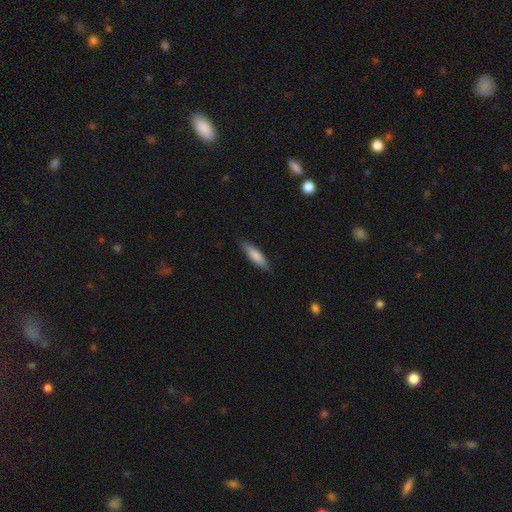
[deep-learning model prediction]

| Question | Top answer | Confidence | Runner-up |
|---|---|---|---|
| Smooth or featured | smooth | 81% | featured or disk (14%) |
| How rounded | cigar-shaped | 62% | in between (37%) |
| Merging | none | 84% | minor disturbance (13%) |